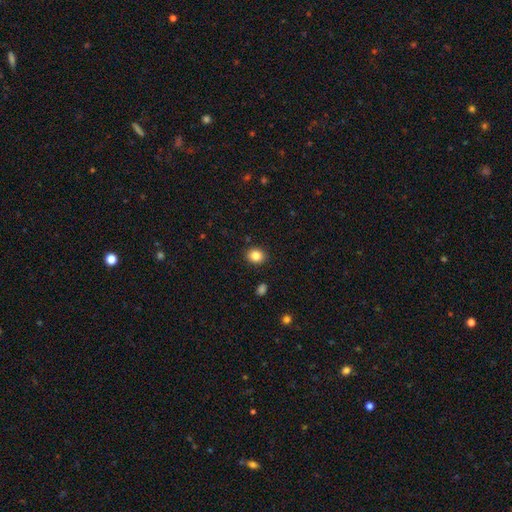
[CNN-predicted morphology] type=smooth (85%); roundness=round (67%); merging=none (90%).